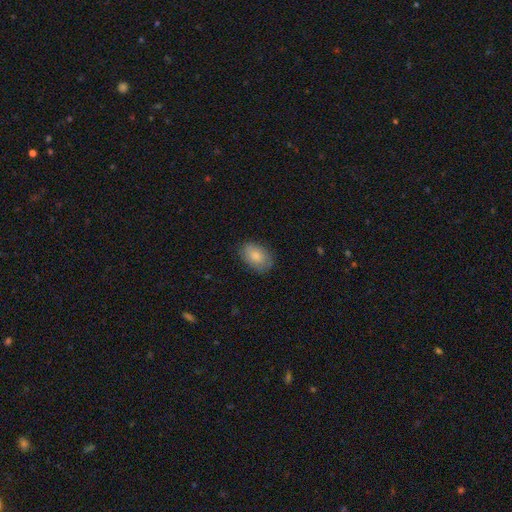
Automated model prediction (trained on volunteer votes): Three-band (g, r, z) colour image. It shows a smooth galaxy with no disk features (82%) that is in between round and cigar-shaped (88%). Merging: none (79%).